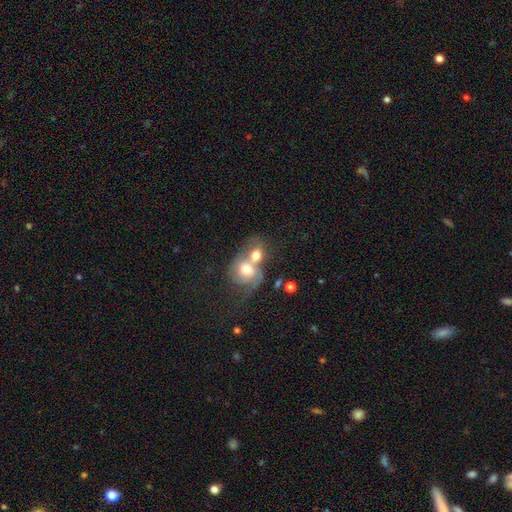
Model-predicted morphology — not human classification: This is possibly a smooth galaxy (58%). How rounded: possibly round (56%). Merging: likely merger (77%).